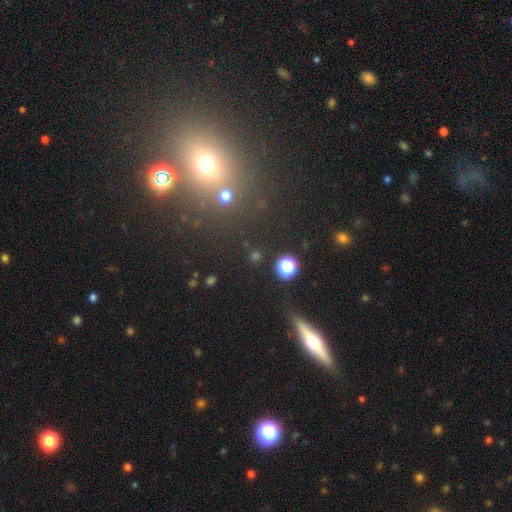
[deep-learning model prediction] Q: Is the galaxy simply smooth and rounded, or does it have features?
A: smooth — 60%.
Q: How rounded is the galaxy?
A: round — 80%.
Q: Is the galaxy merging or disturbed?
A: none — 83%.